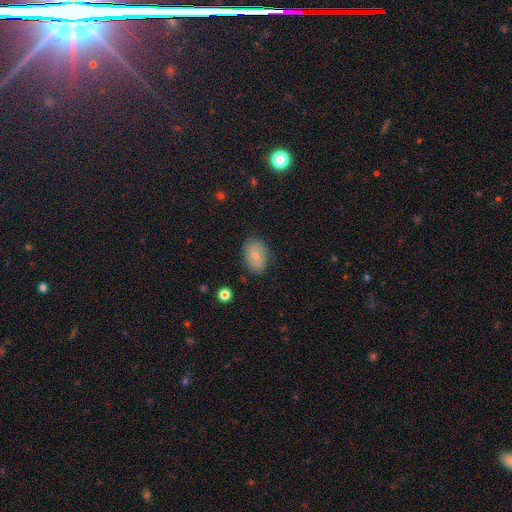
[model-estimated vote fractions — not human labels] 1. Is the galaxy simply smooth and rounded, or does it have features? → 65% smooth, 28% featured or disk, 8% star or artifact.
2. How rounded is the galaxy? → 79% in between, 20% round, 1% cigar-shaped.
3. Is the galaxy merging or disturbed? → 79% none, 17% minor disturbance, 4% major disturbance, 1% merger.